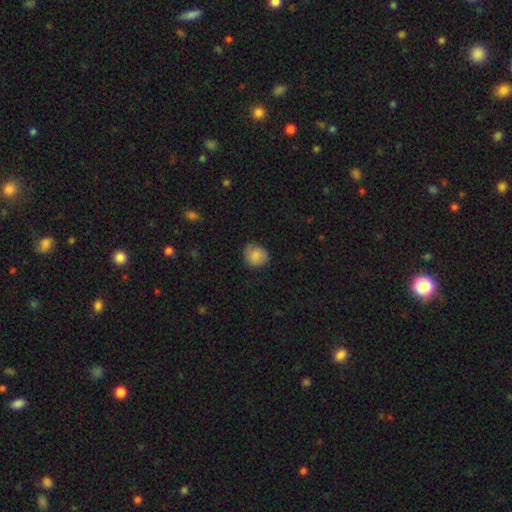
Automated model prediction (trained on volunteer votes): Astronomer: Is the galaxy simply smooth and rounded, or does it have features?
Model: smooth — 82%.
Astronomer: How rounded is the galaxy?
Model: round — 73%.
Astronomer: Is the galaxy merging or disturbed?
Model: none — 73%.